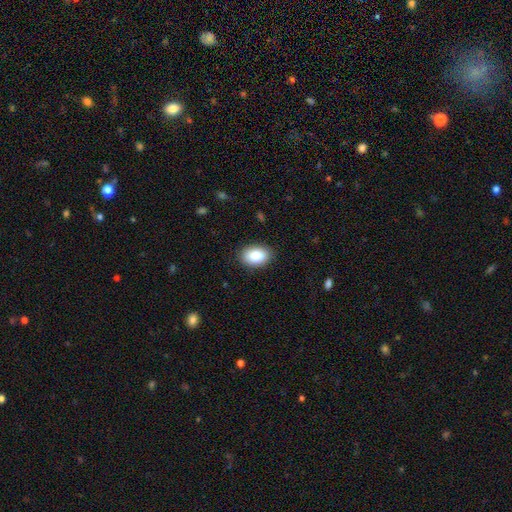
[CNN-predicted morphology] smooth_or_featured: smooth (p=0.86) [alt: star or artifact p=0.07]
how_rounded: in between (p=0.86) [alt: round p=0.13]
merging: none (p=0.88) [alt: minor disturbance p=0.09]